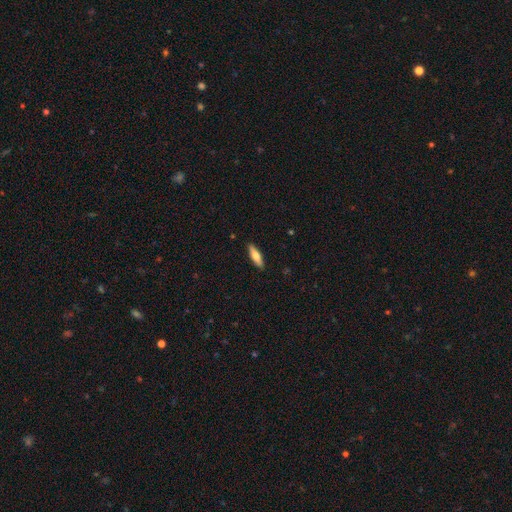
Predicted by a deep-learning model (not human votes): Smooth or featured?
  - smooth: 67% *
  - featured or disk: 27%
  - star or artifact: 6%
How rounded?
  - cigar-shaped: 59% *
  - in between: 39%
  - round: 2%
Merging?
  - none: 90% *
  - minor disturbance: 8%
  - major disturbance: 2%
  - merger: 1%